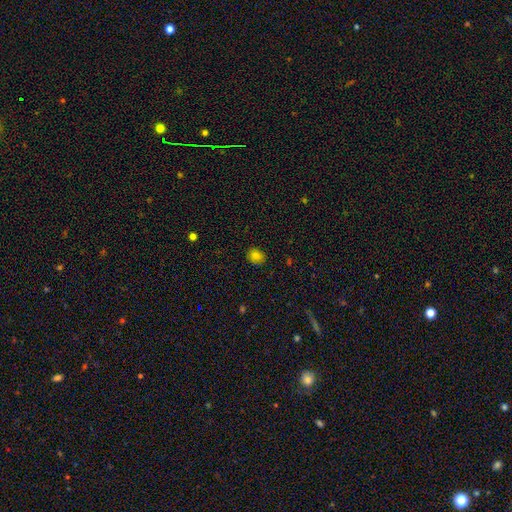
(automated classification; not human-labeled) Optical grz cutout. It shows a smooth galaxy with no disk features (80%) that is round (65%). Merging: none (88%).